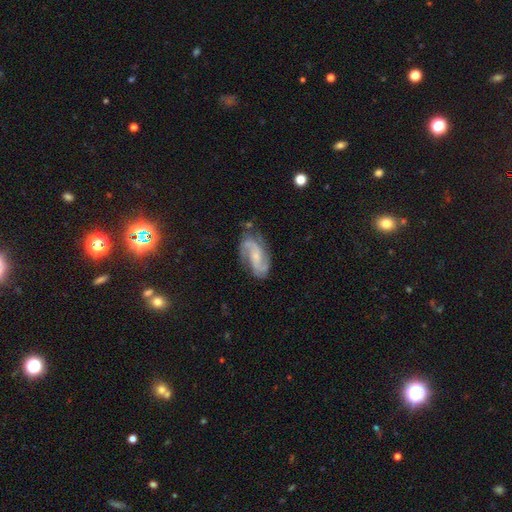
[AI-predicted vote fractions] smooth_or_featured: featured or disk (p=0.84) [alt: smooth p=0.10]
disk_edge_on: no (p=0.96) [alt: yes p=0.04]
bar: no (p=0.49) [alt: weak p=0.40]
has_spiral_arms: yes (p=0.97) [alt: no p=0.03]
spiral_winding: medium (p=0.51) [alt: tight p=0.27]
spiral_arm_count: 2 (p=0.72) [alt: 3 p=0.12]
bulge_size: small (p=0.52) [alt: moderate p=0.29]
merging: none (p=0.69) [alt: minor disturbance p=0.20]